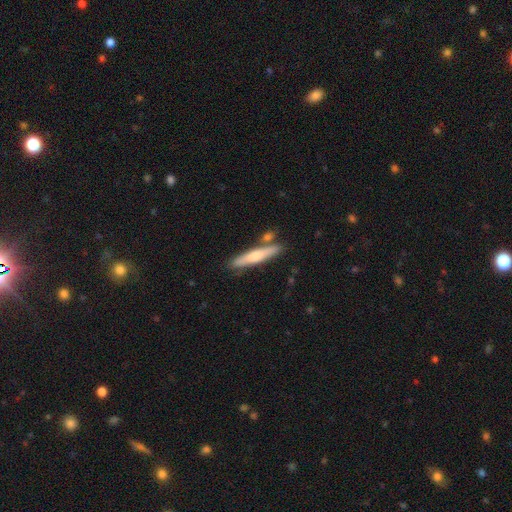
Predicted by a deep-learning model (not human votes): Morphology: type=smooth (60%); roundness=cigar-shaped (91%); merging=none (78%).